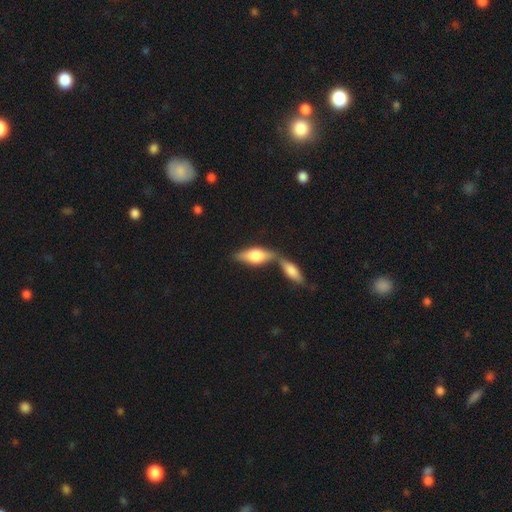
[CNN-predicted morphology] This appears to be a smooth galaxy with no disk features (59%) that is in between round and cigar-shaped (73%). Merging: merger (51%).